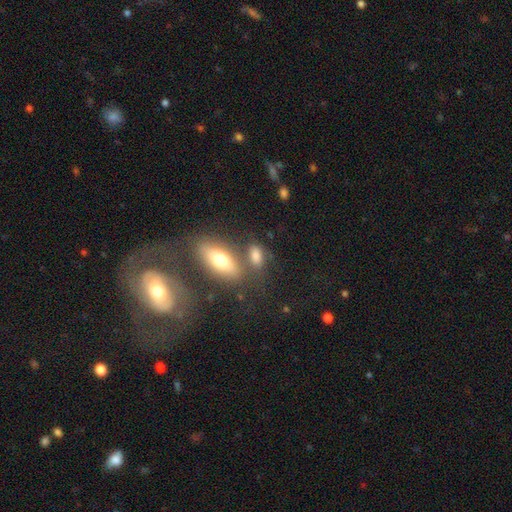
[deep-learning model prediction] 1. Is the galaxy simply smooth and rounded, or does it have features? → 74% smooth, 14% featured or disk, 12% star or artifact.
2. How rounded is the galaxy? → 79% in between, 12% cigar-shaped, 9% round.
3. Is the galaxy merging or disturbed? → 61% none, 19% merger, 14% minor disturbance, 6% major disturbance.